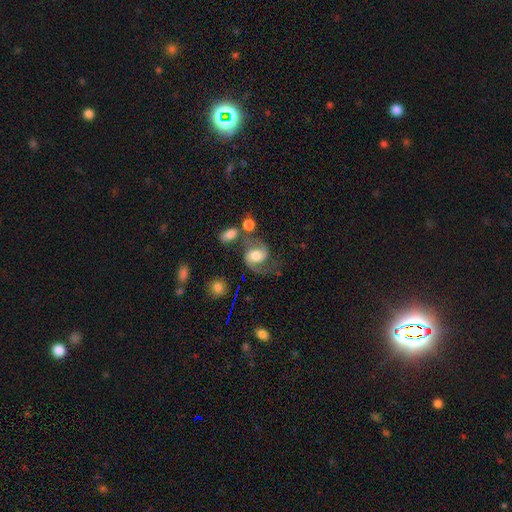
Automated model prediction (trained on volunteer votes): Smooth or featured? featured or disk (80%)
Edge-on disk? no (98%)
Bar? no (47%)
Spiral arms? yes (95%)
Spiral winding? medium (54%)
Spiral arm count? 2 (90%)
Bulge size? moderate (62%)
Merging? none (56%)